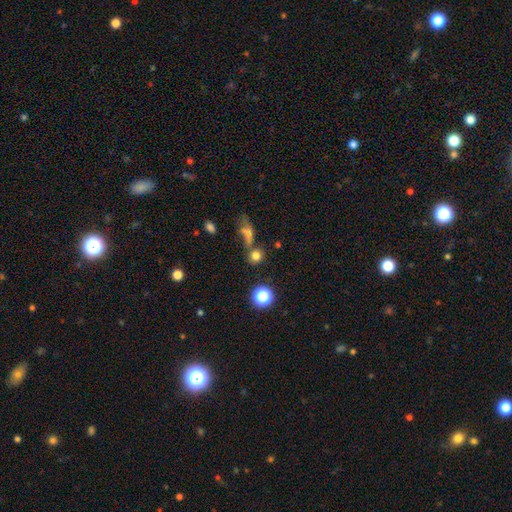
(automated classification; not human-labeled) Overall: smooth (74%). How rounded: round (84%). Merging: none (61%; merger 22%).